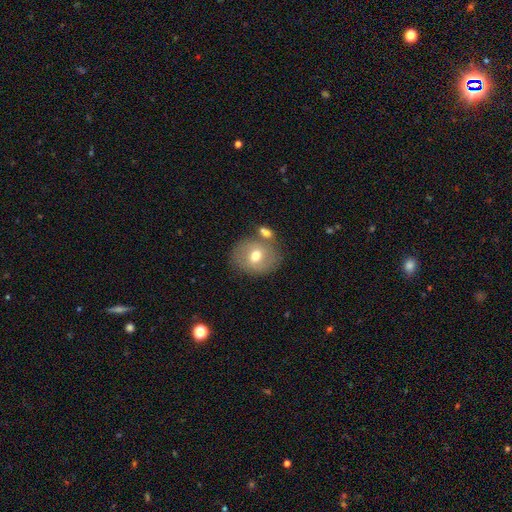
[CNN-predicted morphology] Q: Smooth or featured?
A: smooth (62%); runner-up: featured or disk (29%)
Q: How rounded?
A: round (65%); runner-up: in between (34%)
Q: Merging?
A: none (67%); runner-up: merger (16%)